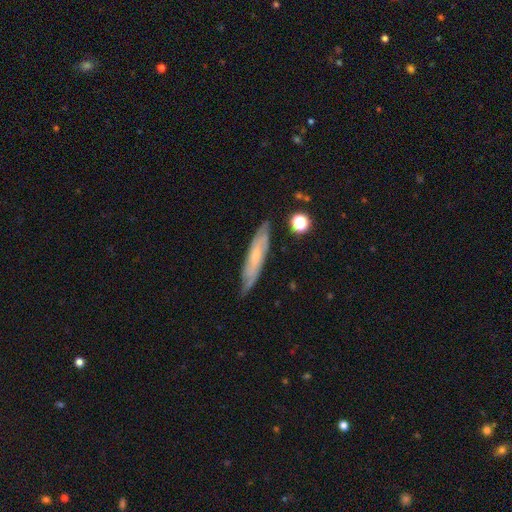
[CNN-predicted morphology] A featured or disk galaxy (60%). Merging: none (78%).